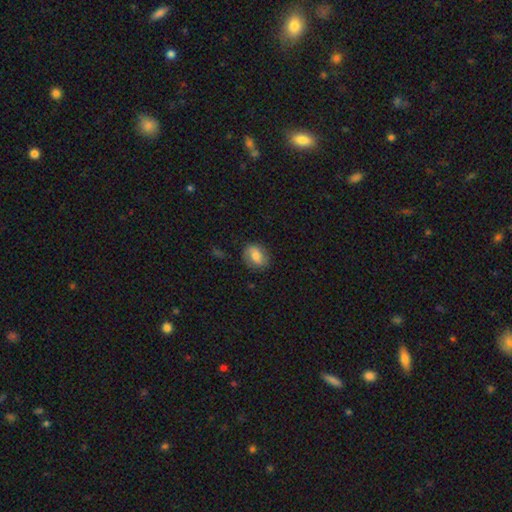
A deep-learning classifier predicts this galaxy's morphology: A smooth galaxy with no disk features (61%) that is in between round and cigar-shaped (62%). Merging: none (78%).